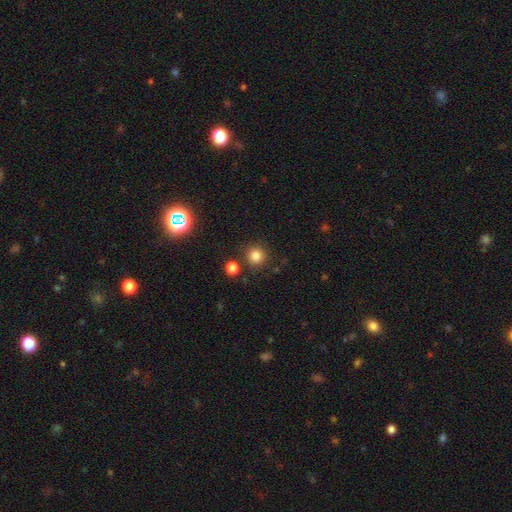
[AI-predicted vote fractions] This is clearly a smooth galaxy (81%). How rounded: clearly round (93%). Merging: clearly none (84%).